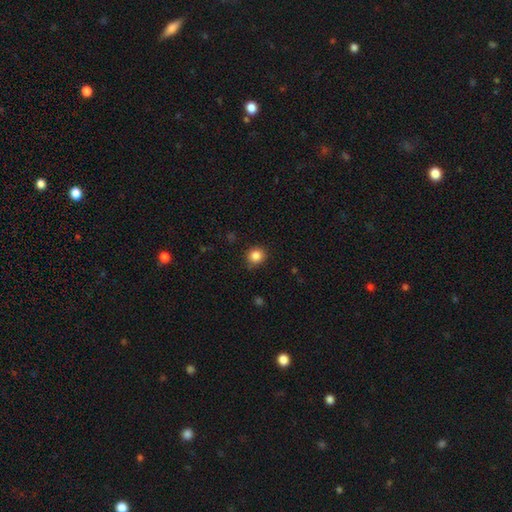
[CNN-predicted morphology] Smooth or featured? Predicted: smooth (p=0.86). How rounded? Predicted: round (p=0.85). Merging? Predicted: none (p=0.84).